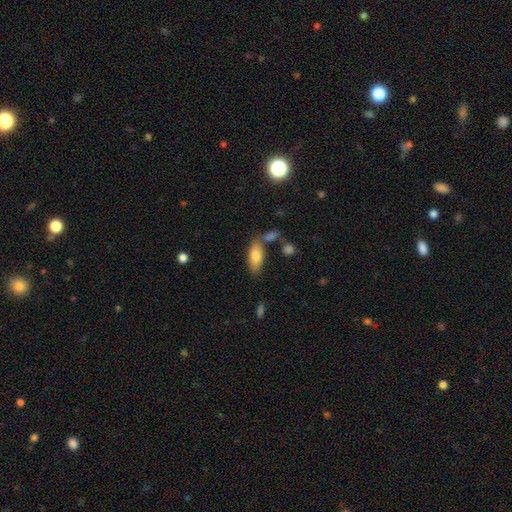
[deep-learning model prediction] A smooth galaxy with no disk features (78%) that is in between round and cigar-shaped (83%).

Vote fractions:
- Smooth or featured? smooth: 78% / featured or disk: 15% / star or artifact: 7%
- How rounded? in between: 83% / cigar-shaped: 15% / round: 2%
- Merging? none: 69% / minor disturbance: 15% / merger: 12% / major disturbance: 4%